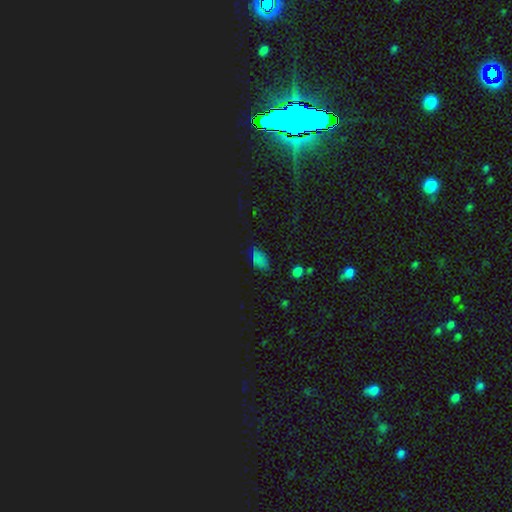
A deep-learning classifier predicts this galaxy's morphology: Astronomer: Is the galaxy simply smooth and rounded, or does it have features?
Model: smooth — 48% (runner-up: star or artifact, 45%).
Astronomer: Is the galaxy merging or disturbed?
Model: none — 70%.